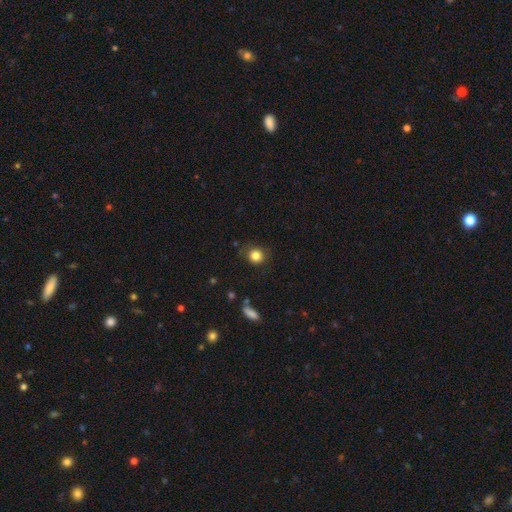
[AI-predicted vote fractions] A smooth galaxy with no disk features (83%) that is round (83%).

Vote fractions:
- Smooth or featured? smooth: 83% / star or artifact: 11% / featured or disk: 6%
- How rounded? round: 83% / in between: 16% / cigar-shaped: 1%
- Merging? none: 77% / minor disturbance: 16% / major disturbance: 5% / merger: 2%